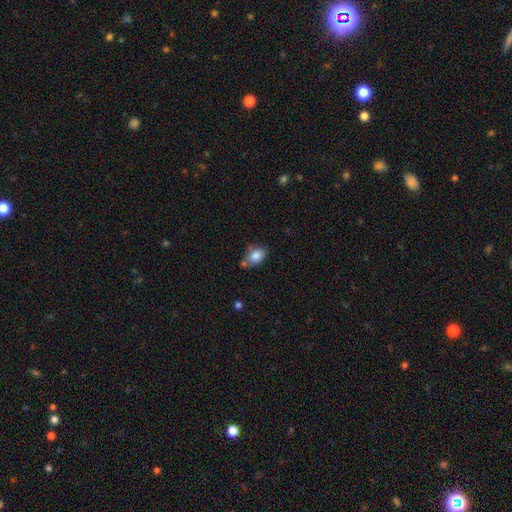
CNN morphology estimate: This is clearly a smooth galaxy (83%). How rounded: likely in between (75%). Merging: possibly none (53%).